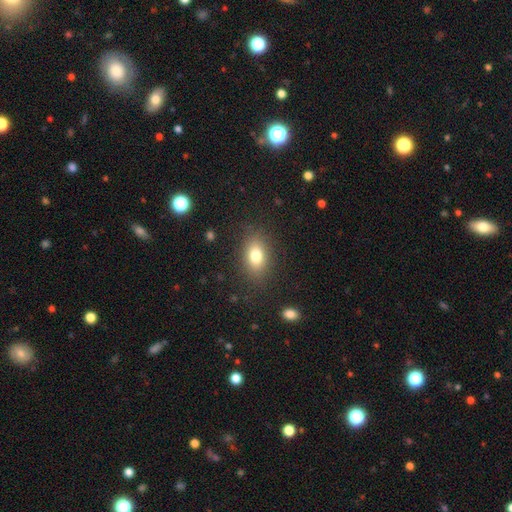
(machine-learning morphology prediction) Overall: smooth (78%). How rounded: in between (83%). Merging: none (85%).